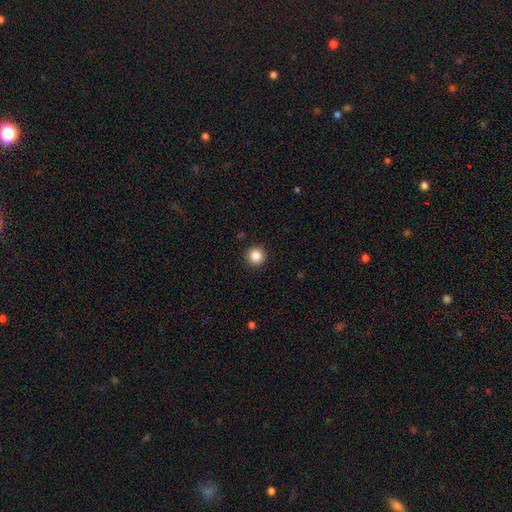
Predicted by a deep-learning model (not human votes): smooth-or-featured: smooth: 86% | star or artifact: 10% | featured or disk: 4%
  how-rounded: round: 95% | in between: 4% | cigar-shaped: 1%
  merging: none: 92% | minor disturbance: 5% | major disturbance: 2% | merger: 1%